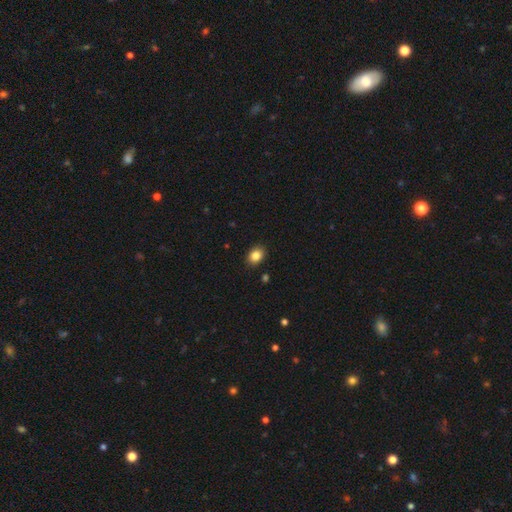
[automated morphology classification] This appears to be a smooth galaxy with no disk features (85%) that is in between round and cigar-shaped (63%). Merging: none (89%).